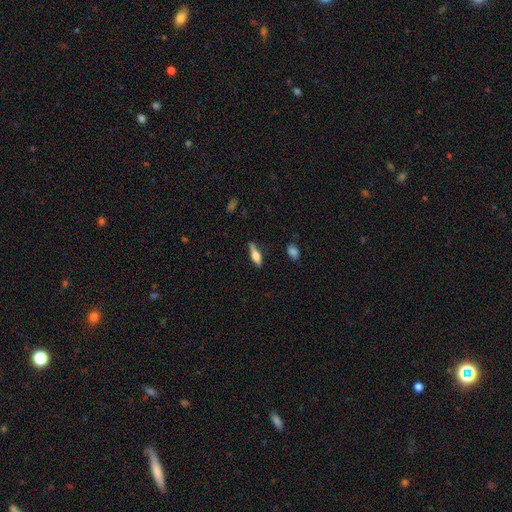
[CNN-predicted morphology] A smooth galaxy with no disk features (50%). Merging: none (79%).